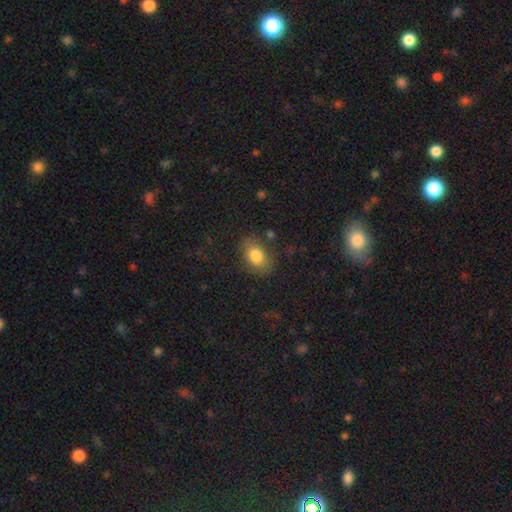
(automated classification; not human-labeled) smooth_or_featured: smooth (p=0.81) [alt: featured or disk p=0.10]
how_rounded: in between (p=0.77) [alt: round p=0.22]
merging: none (p=0.77) [alt: minor disturbance p=0.15]